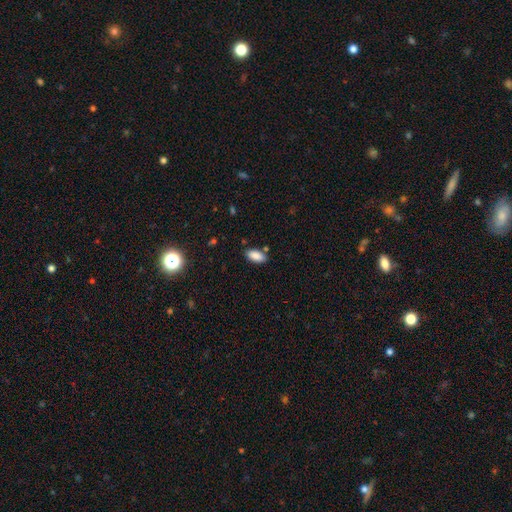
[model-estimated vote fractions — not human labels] Morphology: type=smooth (88%); roundness=in between (89%); merging=none (82%).